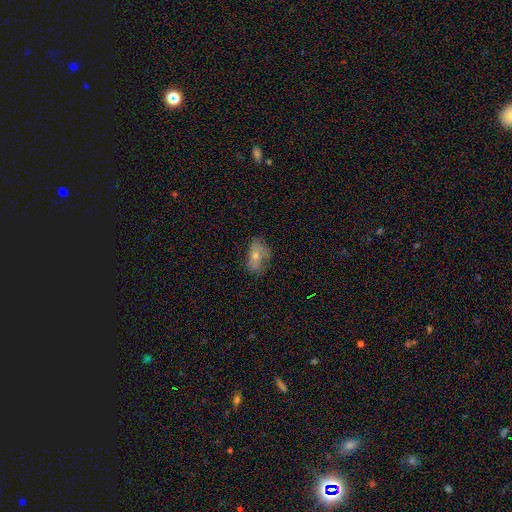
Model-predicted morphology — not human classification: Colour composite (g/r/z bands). It shows a featured or disk galaxy (48%). Merging: none (59%).